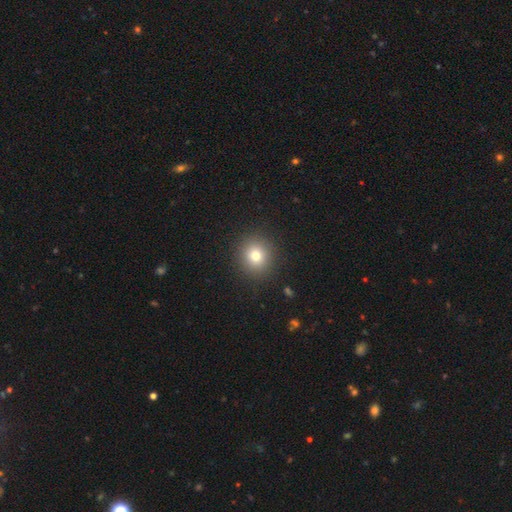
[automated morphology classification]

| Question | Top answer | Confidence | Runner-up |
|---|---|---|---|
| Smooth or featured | smooth | 79% | star or artifact (13%) |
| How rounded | round | 87% | in between (12%) |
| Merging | none | 90% | minor disturbance (6%) |